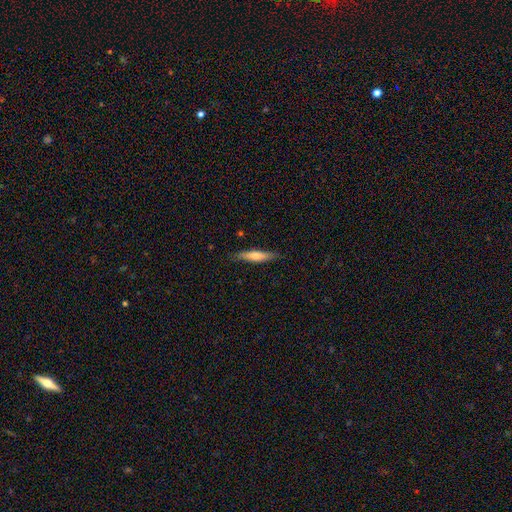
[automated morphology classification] Q: Smooth or featured?
A: smooth (56%); runner-up: featured or disk (38%)
Q: How rounded?
A: cigar-shaped (85%); runner-up: in between (14%)
Q: Merging?
A: none (84%); runner-up: minor disturbance (12%)